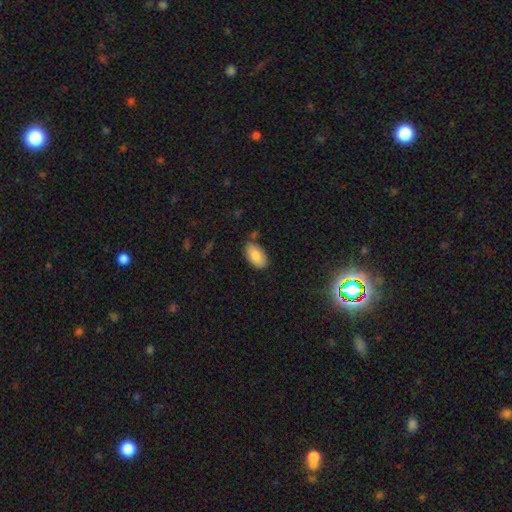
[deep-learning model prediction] Overall: smooth (86%). How rounded: in between (94%). Merging: none (78%).